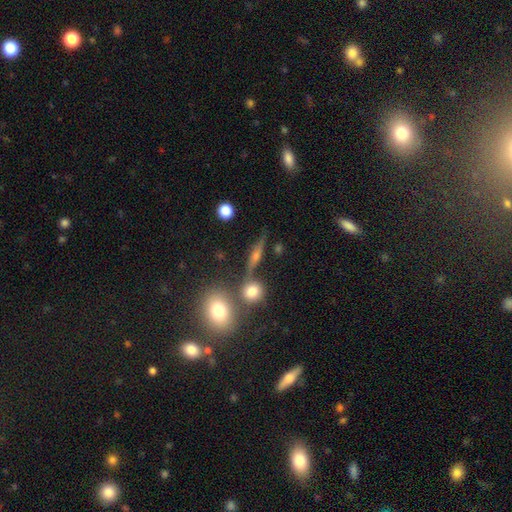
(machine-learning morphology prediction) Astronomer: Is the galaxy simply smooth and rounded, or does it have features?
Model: featured or disk — 58%.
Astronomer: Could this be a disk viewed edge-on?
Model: yes — 87%.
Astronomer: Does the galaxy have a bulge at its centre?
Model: rounded — 88%.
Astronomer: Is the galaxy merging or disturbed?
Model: none — 74%.